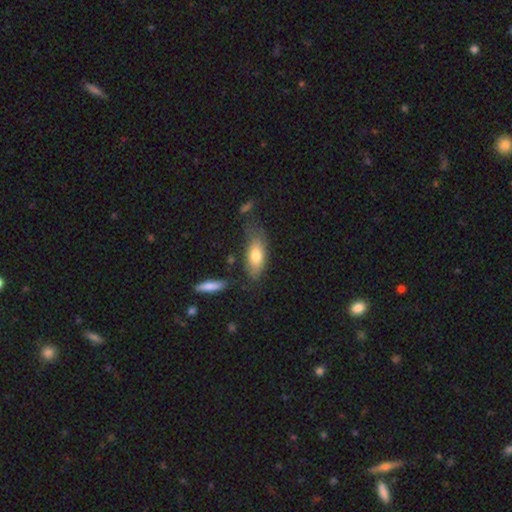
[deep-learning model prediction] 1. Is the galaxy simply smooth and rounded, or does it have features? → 73% smooth, 21% featured or disk, 7% star or artifact.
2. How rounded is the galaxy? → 75% in between, 22% cigar-shaped, 3% round.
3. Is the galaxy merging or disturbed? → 60% none, 24% minor disturbance, 9% major disturbance, 6% merger.